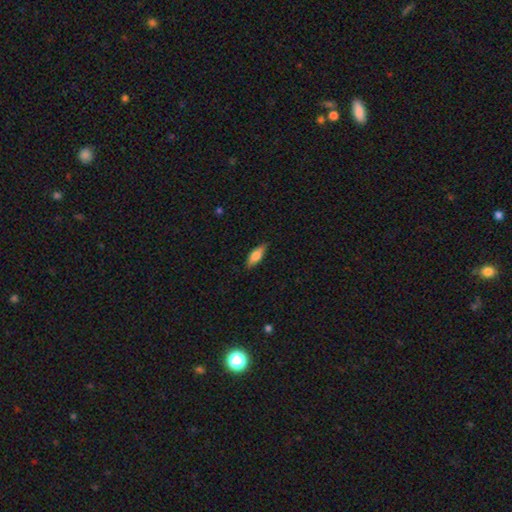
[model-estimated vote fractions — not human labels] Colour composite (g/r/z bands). It shows a smooth galaxy with no disk features (75%) that is in between round and cigar-shaped (63%). Merging: none (86%).